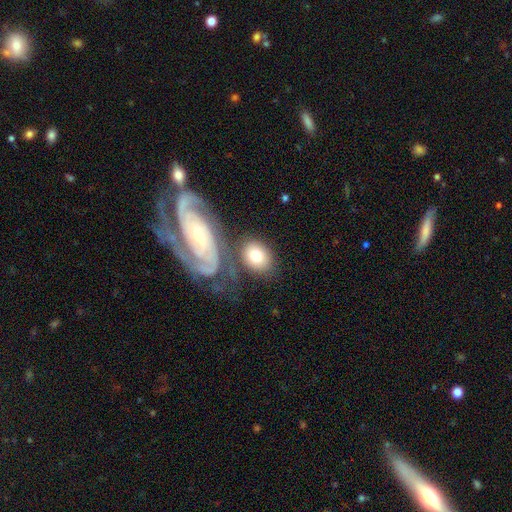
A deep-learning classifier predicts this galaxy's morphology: Smooth or featured? Predicted: smooth (p=0.72). How rounded? Predicted: in between (p=0.59). Merging? Predicted: none (p=0.54).